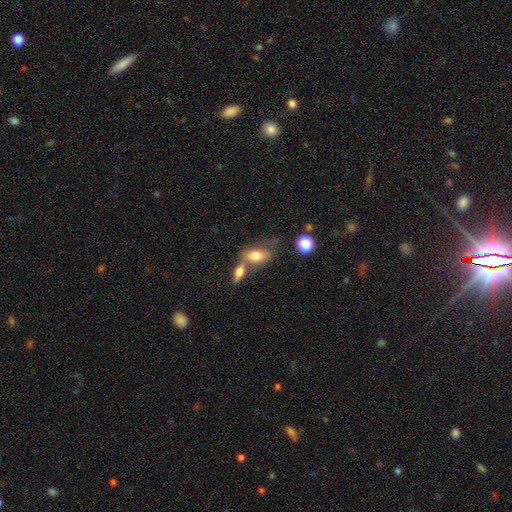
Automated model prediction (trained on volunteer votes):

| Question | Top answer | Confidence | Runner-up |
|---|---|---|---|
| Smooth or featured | smooth | 70% | featured or disk (21%) |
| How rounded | in between | 85% | cigar-shaped (8%) |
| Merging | merger | 48% | none (34%) |